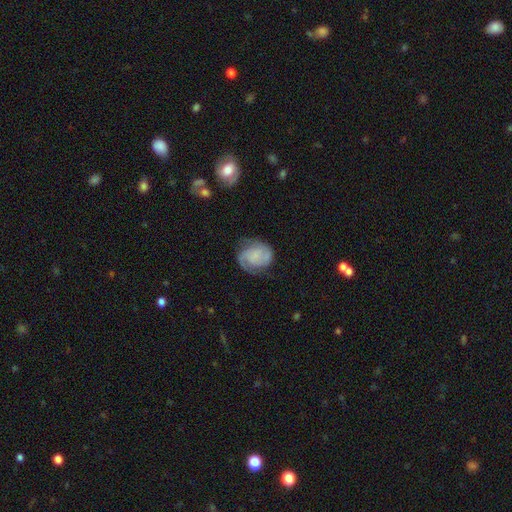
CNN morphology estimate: This appears to be a featured or disk galaxy (70%) with no bar (63%), 2 (78%) tight (43%) spiral arms (94%) and no central bulge (53%). Merging: none (71%).